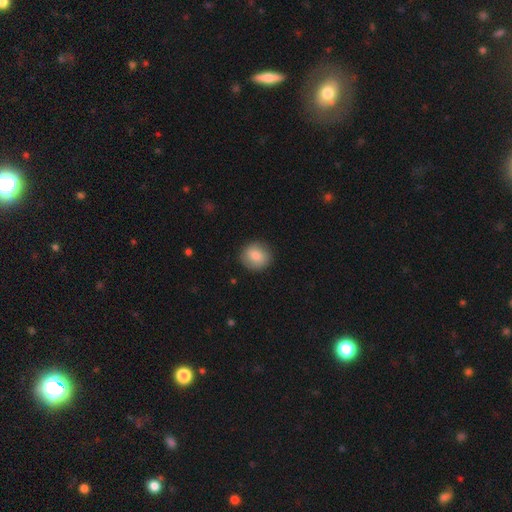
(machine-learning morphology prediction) smooth_or_featured: smooth (p=0.82) [alt: featured or disk p=0.11]
how_rounded: round (p=0.88) [alt: in between p=0.11]
merging: none (p=0.88) [alt: minor disturbance p=0.09]